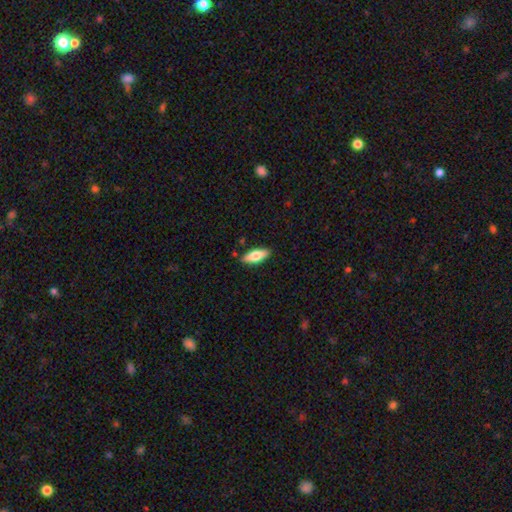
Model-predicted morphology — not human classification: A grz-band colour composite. It shows a smooth galaxy with no disk features (69%) that is in between round and cigar-shaped (70%). Merging: none (87%).